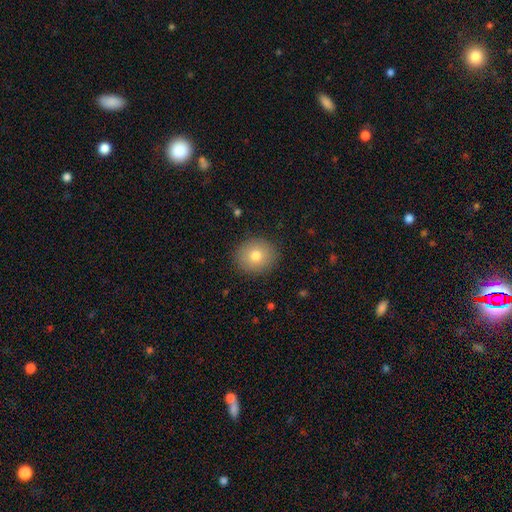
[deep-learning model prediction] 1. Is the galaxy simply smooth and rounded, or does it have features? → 79% smooth, 11% featured or disk, 10% star or artifact.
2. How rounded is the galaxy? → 84% round, 15% in between, 1% cigar-shaped.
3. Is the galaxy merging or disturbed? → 90% none, 7% minor disturbance, 2% major disturbance, 1% merger.